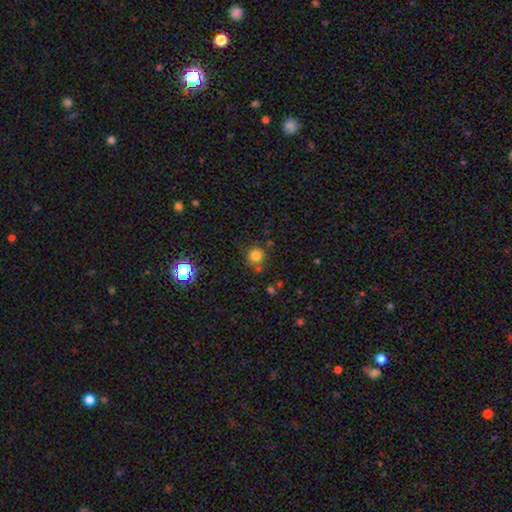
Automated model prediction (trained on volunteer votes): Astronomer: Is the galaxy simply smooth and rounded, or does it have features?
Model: smooth — 79%.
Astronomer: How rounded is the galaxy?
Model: round — 92%.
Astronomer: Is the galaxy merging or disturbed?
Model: none — 76%.